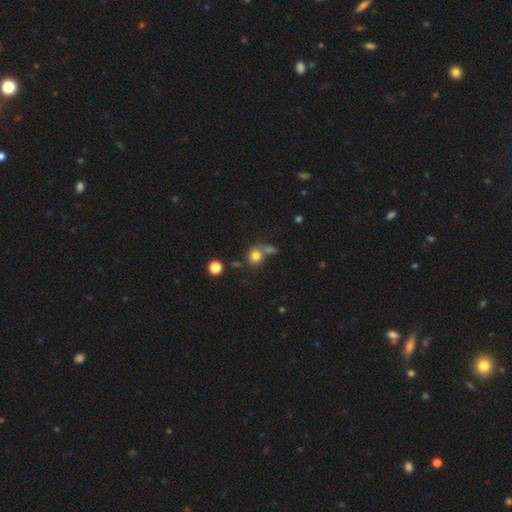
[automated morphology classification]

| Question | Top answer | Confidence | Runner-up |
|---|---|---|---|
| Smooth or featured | smooth | 78% | star or artifact (14%) |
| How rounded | round | 82% | in between (17%) |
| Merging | none | 54% | merger (29%) |